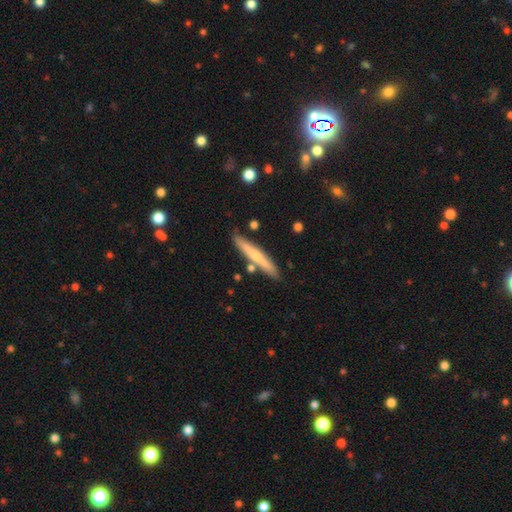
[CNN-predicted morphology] type=smooth (51%); roundness=cigar-shaped (94%); merging=none (83%).